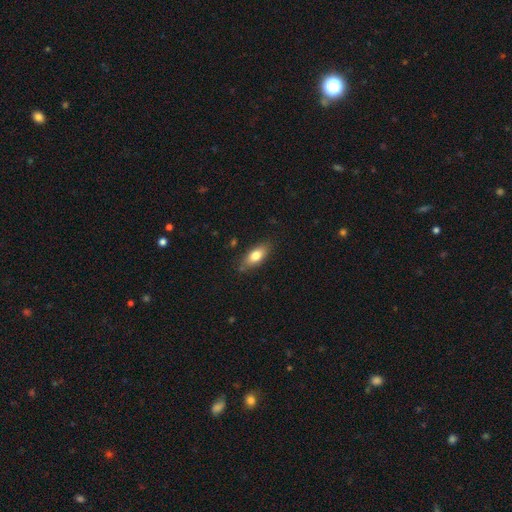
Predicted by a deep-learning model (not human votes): Smooth or featured: smooth — 75% (featured or disk — 18%)
How rounded: in between — 81% (cigar-shaped — 15%)
Merging: none — 80% (minor disturbance — 16%)